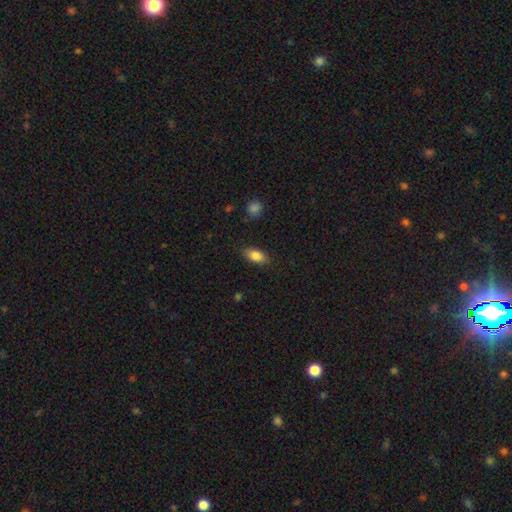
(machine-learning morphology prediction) Smooth or featured? smooth (84%)
How rounded? in between (89%)
Merging? none (85%)